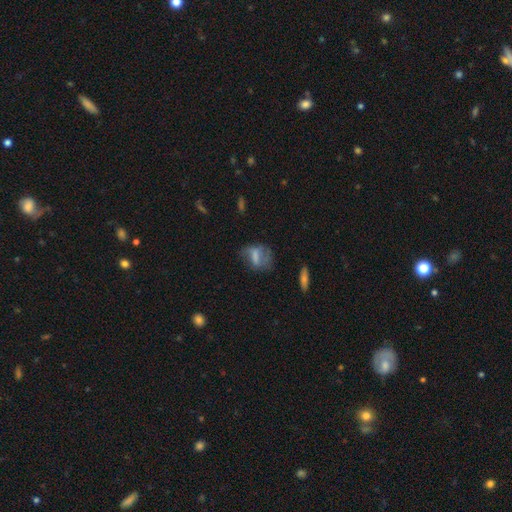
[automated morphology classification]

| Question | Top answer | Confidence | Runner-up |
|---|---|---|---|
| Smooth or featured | smooth | 48% | featured or disk (42%) |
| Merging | none | 46% | minor disturbance (26%) |